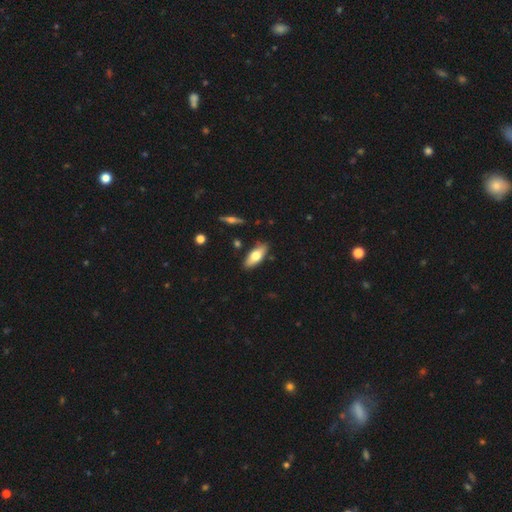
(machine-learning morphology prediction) Smooth or featured: smooth — 66% (featured or disk — 27%)
How rounded: in between — 74% (cigar-shaped — 24%)
Merging: none — 84% (minor disturbance — 11%)